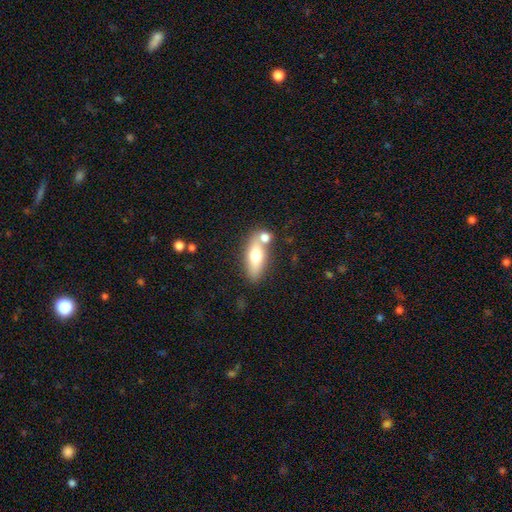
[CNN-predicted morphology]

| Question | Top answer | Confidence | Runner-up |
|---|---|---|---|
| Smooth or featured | smooth | 63% | featured or disk (30%) |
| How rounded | in between | 65% | cigar-shaped (30%) |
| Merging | none | 61% | merger (22%) |